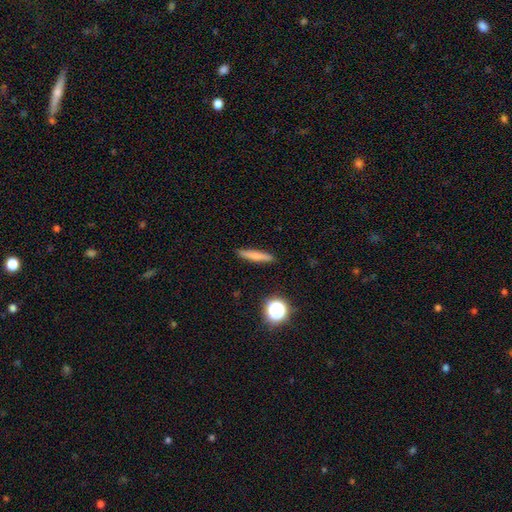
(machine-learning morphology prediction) Q: Smooth or featured?
A: smooth (72%); runner-up: featured or disk (19%)
Q: How rounded?
A: cigar-shaped (90%); runner-up: in between (7%)
Q: Merging?
A: none (90%); runner-up: minor disturbance (7%)